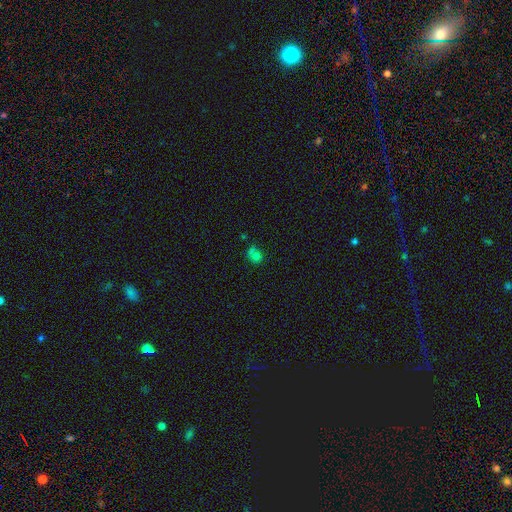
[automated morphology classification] A smooth galaxy with no disk features (68%) that is round (71%).

Vote fractions:
- Smooth or featured? smooth: 68% / star or artifact: 18% / featured or disk: 14%
- How rounded? round: 71% / in between: 28% / cigar-shaped: 1%
- Merging? none: 38% / merger: 34% / minor disturbance: 15% / major disturbance: 12%